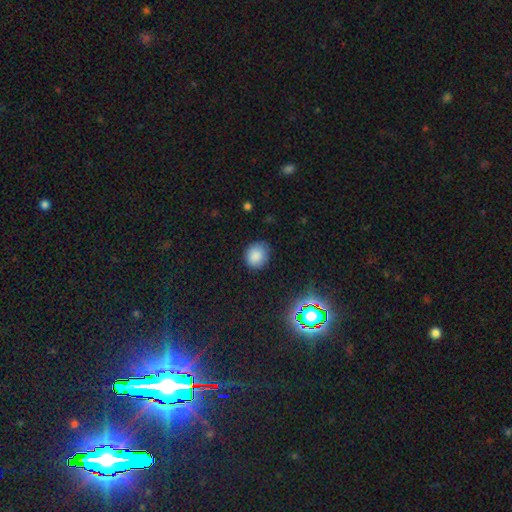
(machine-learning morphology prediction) smooth-or-featured: smooth: 83% | star or artifact: 12% | featured or disk: 5%
  how-rounded: round: 71% | in between: 28% | cigar-shaped: 1%
  merging: none: 81% | minor disturbance: 15% | major disturbance: 3% | merger: 1%